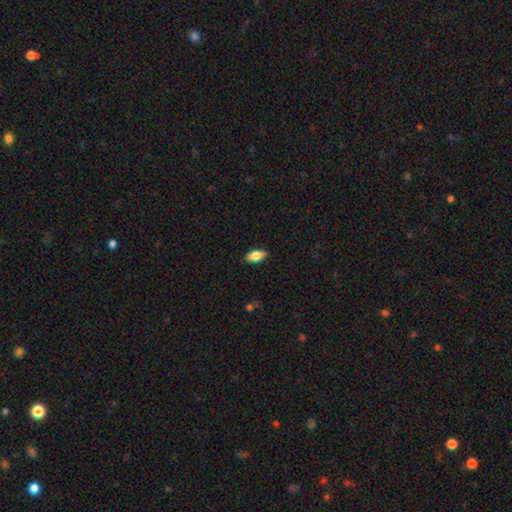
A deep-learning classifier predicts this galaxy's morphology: smooth-or-featured: smooth: 76% | featured or disk: 17% | star or artifact: 7%
  how-rounded: in between: 86% | cigar-shaped: 11% | round: 3%
  merging: none: 88% | minor disturbance: 9% | major disturbance: 2% | merger: 1%